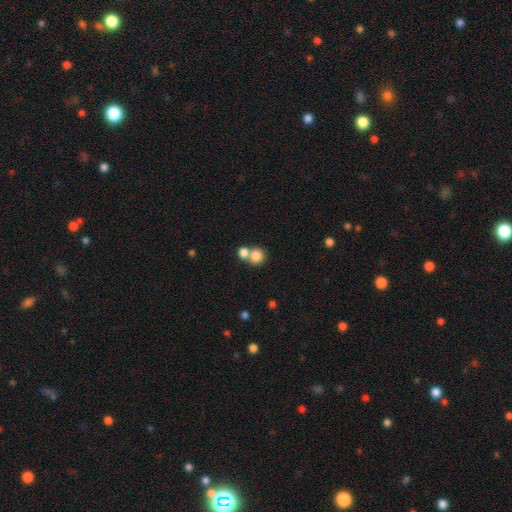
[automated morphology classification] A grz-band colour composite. It shows a smooth galaxy with no disk features (82%) that is round (88%). Merging: merger (46%).